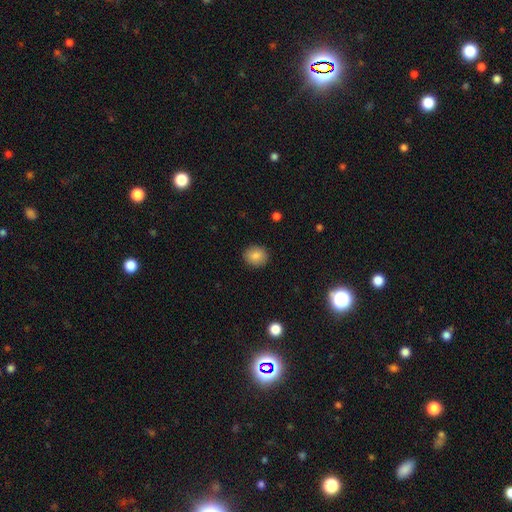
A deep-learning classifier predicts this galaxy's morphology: Overall: smooth (85%). How rounded: round (71%). Merging: none (90%).